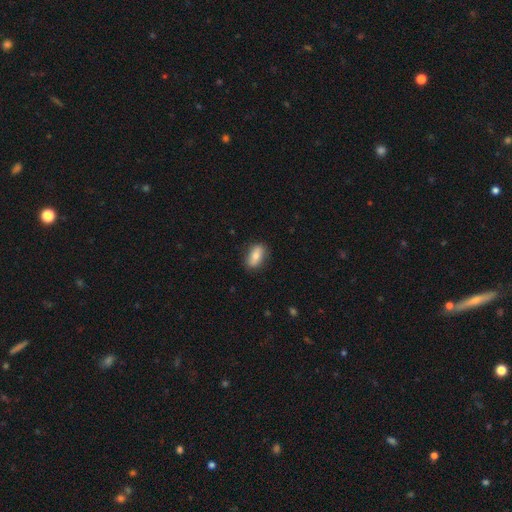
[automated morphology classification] Smooth or featured?
  - smooth: 74% *
  - featured or disk: 19%
  - star or artifact: 7%
How rounded?
  - in between: 85% *
  - cigar-shaped: 9%
  - round: 6%
Merging?
  - none: 83% *
  - minor disturbance: 13%
  - major disturbance: 3%
  - merger: 1%